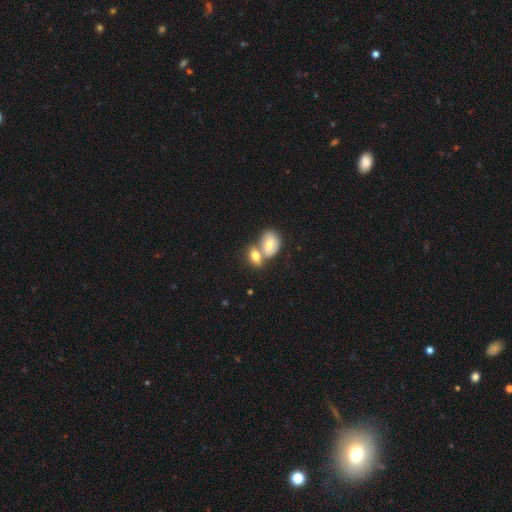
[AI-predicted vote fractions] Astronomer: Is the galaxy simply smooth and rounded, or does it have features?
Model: smooth — 74%.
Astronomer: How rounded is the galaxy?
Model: in between — 79%.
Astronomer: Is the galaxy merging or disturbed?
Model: merger — 61%.